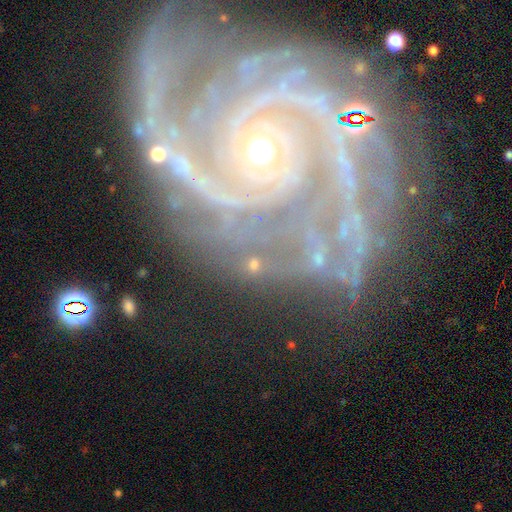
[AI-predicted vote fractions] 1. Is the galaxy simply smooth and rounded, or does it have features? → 92% featured or disk, 5% star or artifact, 2% smooth.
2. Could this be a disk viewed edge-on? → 98% no, 2% yes.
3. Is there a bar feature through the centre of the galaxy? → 75% no, 17% weak, 9% strong.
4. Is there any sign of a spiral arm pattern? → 99% yes, 1% no.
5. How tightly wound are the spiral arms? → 68% tight, 27% medium, 5% loose.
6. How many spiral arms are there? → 32% 2, 21% 3, 13% 4, 13% can't tell, 12% more than 4, 9% 1.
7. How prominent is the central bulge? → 60% small, 36% moderate, 2% large, 1% none, 1% dominant.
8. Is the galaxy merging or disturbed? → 70% none, 18% minor disturbance, 10% major disturbance, 3% merger.